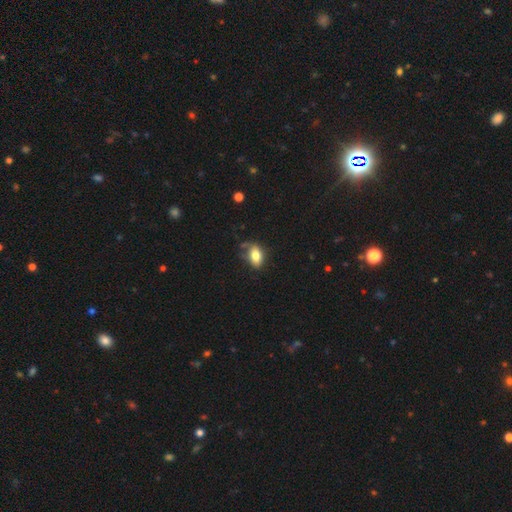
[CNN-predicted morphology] smooth-or-featured: smooth: 78% | featured or disk: 14% | star or artifact: 8%
  how-rounded: in between: 87% | round: 9% | cigar-shaped: 4%
  merging: none: 55% | minor disturbance: 29% | major disturbance: 11% | merger: 5%